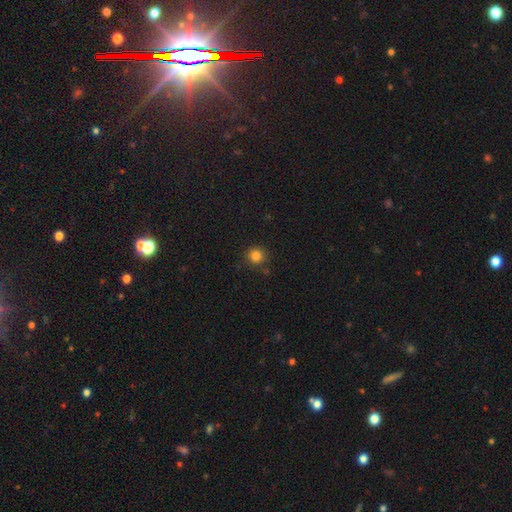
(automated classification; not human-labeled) This appears to be a smooth galaxy with no disk features (84%) that is round (92%). Merging: none (83%).